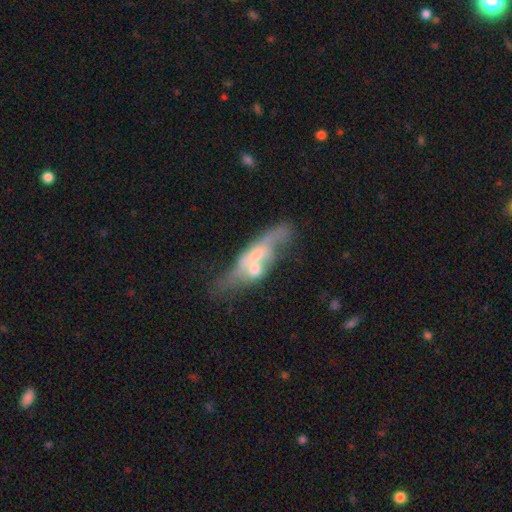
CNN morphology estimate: Overall: featured or disk (62%; smooth 30%). Edge-on disk: no (60%; yes 40%). Merging: merger (38%; none 29%).